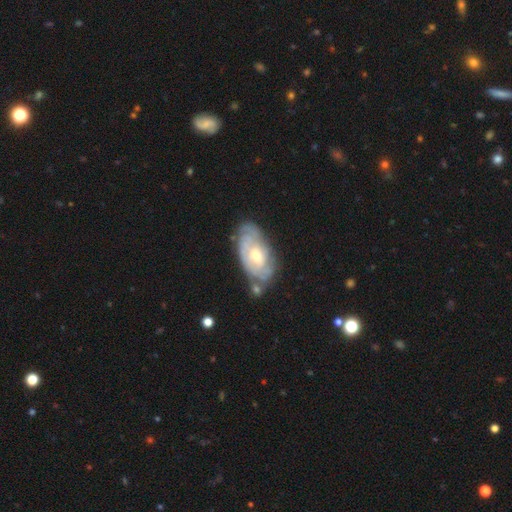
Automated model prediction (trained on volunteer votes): This appears to be a featured or disk galaxy (73%) with no bar (69%), tight (70%) spiral arms (84%) and a moderate central bulge (58%). Merging: none (64%).